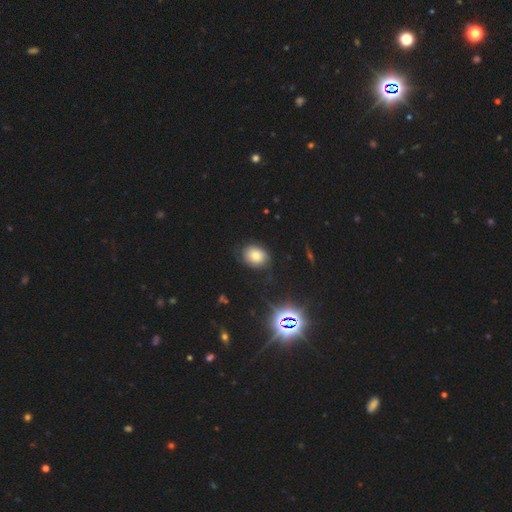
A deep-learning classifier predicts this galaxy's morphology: Smooth or featured? smooth (62%)
How rounded? in between (52%)
Merging? none (71%)